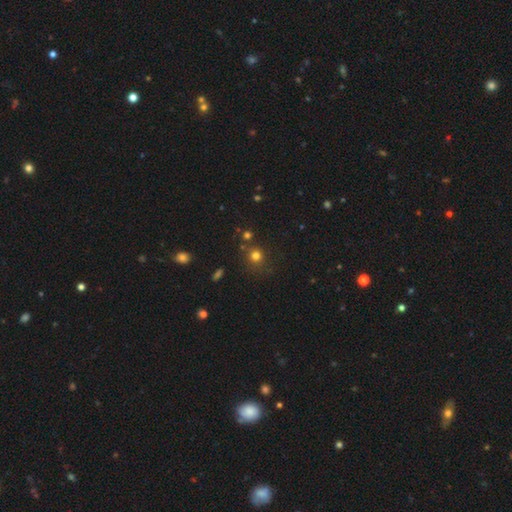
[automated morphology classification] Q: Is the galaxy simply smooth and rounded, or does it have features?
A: smooth — 73%.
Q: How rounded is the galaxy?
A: round — 89%.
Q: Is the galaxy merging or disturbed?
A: none — 73%.